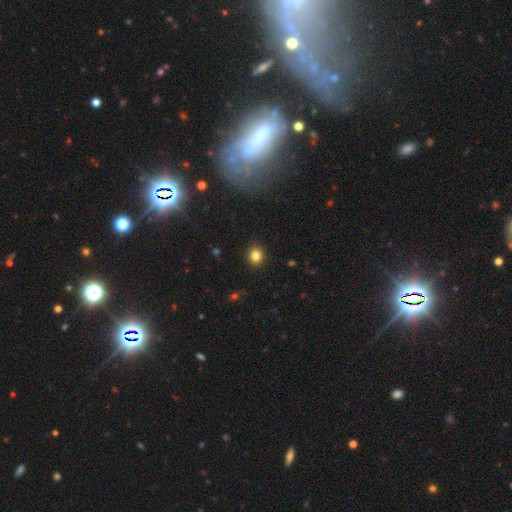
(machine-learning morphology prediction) This is clearly a smooth galaxy (84%). How rounded: likely round (73%). Merging: clearly none (90%).